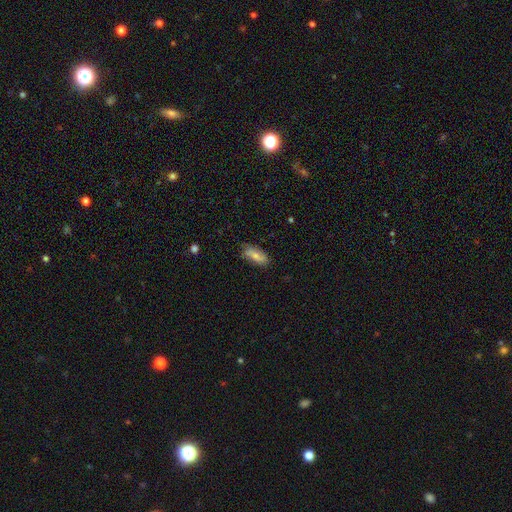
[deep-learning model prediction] smooth-or-featured: smooth: 65% | featured or disk: 28% | star or artifact: 7%
  how-rounded: in between: 76% | cigar-shaped: 21% | round: 3%
  merging: none: 72% | minor disturbance: 22% | major disturbance: 4% | merger: 1%